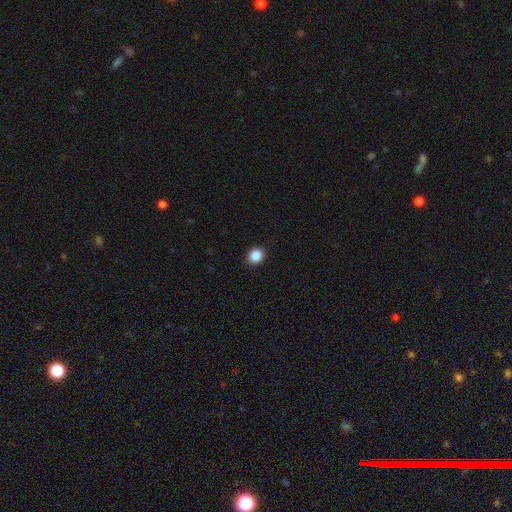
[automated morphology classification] This appears to be a smooth galaxy with no disk features (87%) that is round (70%). Merging: none (91%).